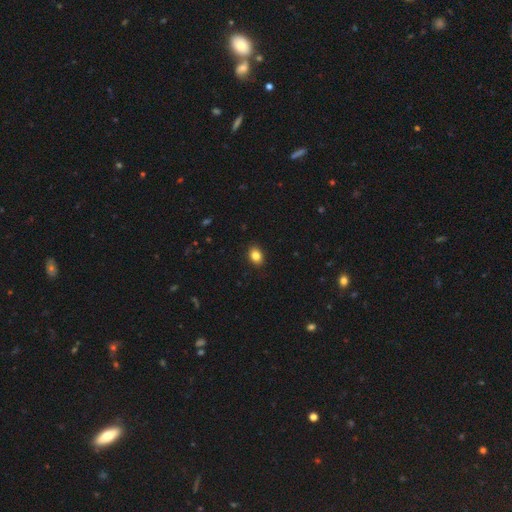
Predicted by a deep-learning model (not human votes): Q: Smooth or featured?
A: smooth (84%); runner-up: star or artifact (9%)
Q: How rounded?
A: in between (72%); runner-up: round (27%)
Q: Merging?
A: none (90%); runner-up: minor disturbance (8%)